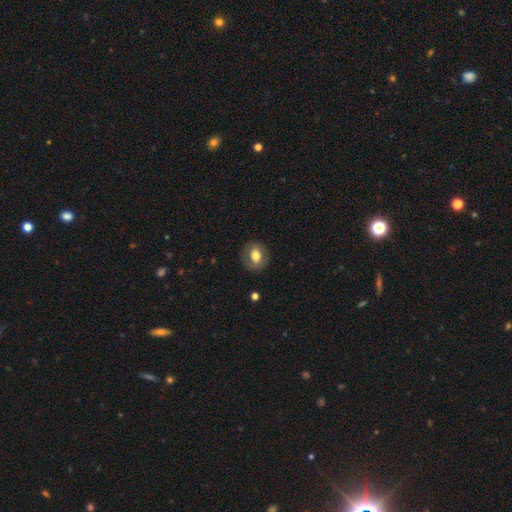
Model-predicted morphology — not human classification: smooth_or_featured: smooth (p=0.69) [alt: featured or disk p=0.22]
how_rounded: round (p=0.54) [alt: in between p=0.45]
merging: none (p=0.84) [alt: minor disturbance p=0.11]